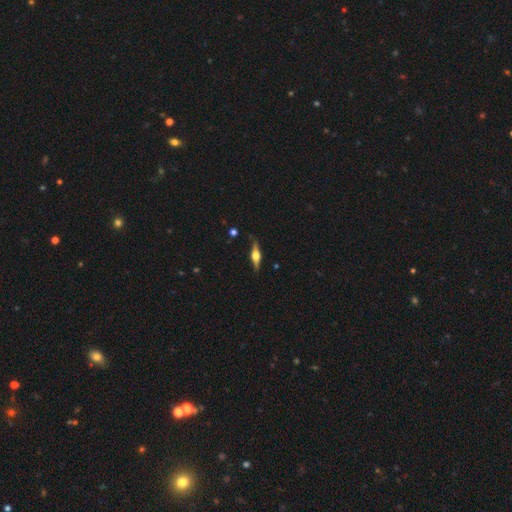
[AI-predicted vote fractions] The model was most divided on "smooth or featured": featured or disk: 71%, smooth: 23%, star or artifact: 6%. More confident: edge-on disk — yes (96%); edge-on bulge — rounded (92%); merging — none (85%).